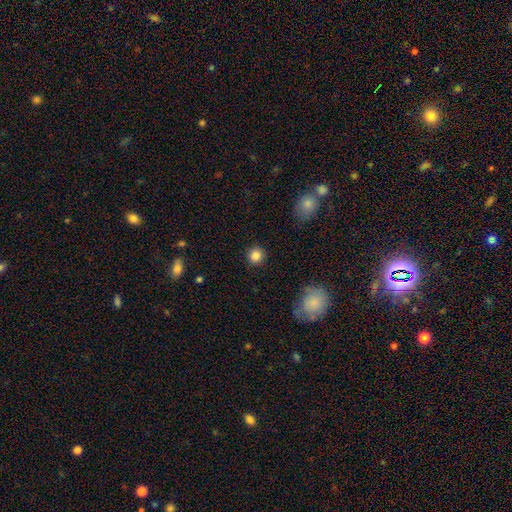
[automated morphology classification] This is clearly a smooth galaxy (85%). How rounded: clearly round (94%). Merging: clearly none (91%).